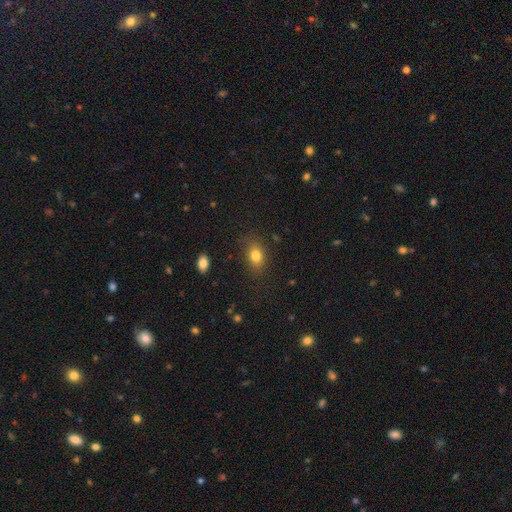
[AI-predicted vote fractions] Smooth or featured? Predicted: smooth (p=0.81). How rounded? Predicted: in between (p=0.75). Merging? Predicted: none (p=0.80).